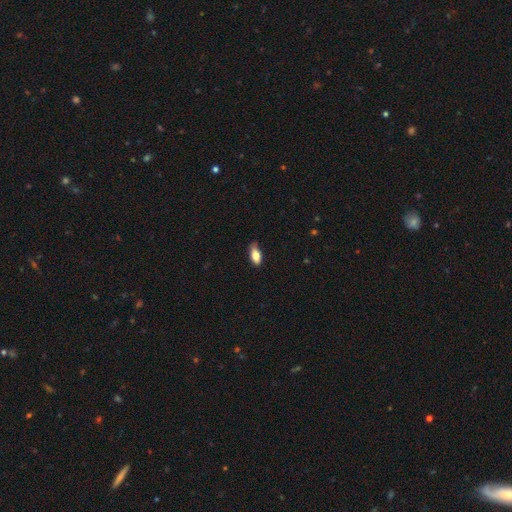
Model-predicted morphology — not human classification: A smooth galaxy with no disk features (81%) that is in between round and cigar-shaped (84%).

Vote fractions:
- Smooth or featured? smooth: 81% / featured or disk: 12% / star or artifact: 7%
- How rounded? in between: 84% / cigar-shaped: 14% / round: 3%
- Merging? none: 73% / minor disturbance: 23% / major disturbance: 3% / merger: 1%